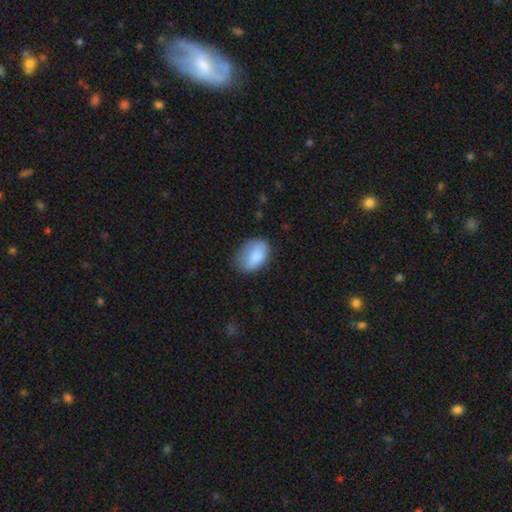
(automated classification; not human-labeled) smooth-or-featured: smooth: 82% | featured or disk: 11% | star or artifact: 7%
  how-rounded: in between: 84% | round: 14% | cigar-shaped: 1%
  merging: none: 62% | minor disturbance: 28% | major disturbance: 9% | merger: 2%